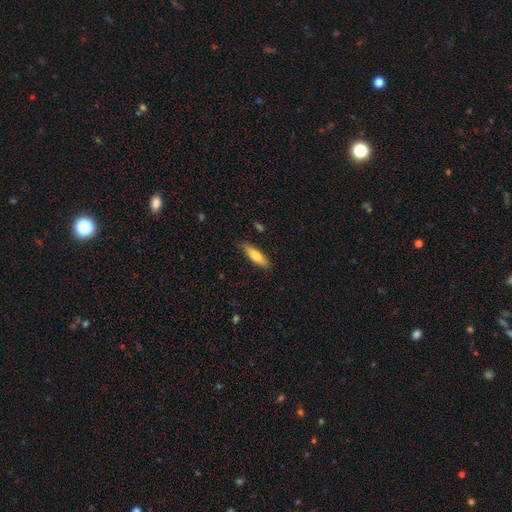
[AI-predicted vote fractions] Smooth or featured?
  - smooth: 72% *
  - featured or disk: 22%
  - star or artifact: 6%
How rounded?
  - cigar-shaped: 62% *
  - in between: 36%
  - round: 2%
Merging?
  - none: 85% *
  - minor disturbance: 11%
  - major disturbance: 2%
  - merger: 1%